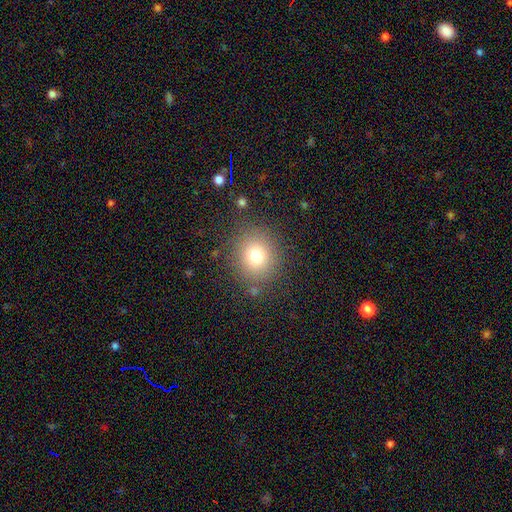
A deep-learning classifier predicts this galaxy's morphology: Smooth or featured? Predicted: smooth (p=0.75). How rounded? Predicted: round (p=0.84). Merging? Predicted: none (p=0.85).